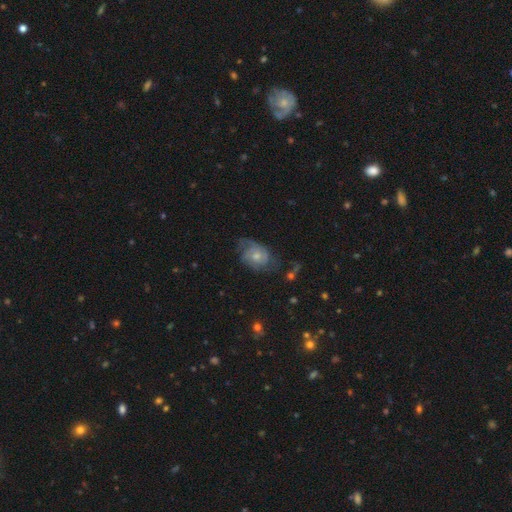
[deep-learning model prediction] A featured or disk galaxy (68%) with no bar (74%), 2 (38%) tight (48%) spiral arms (90%) and a moderate central bulge (49%). Merging: none (62%).